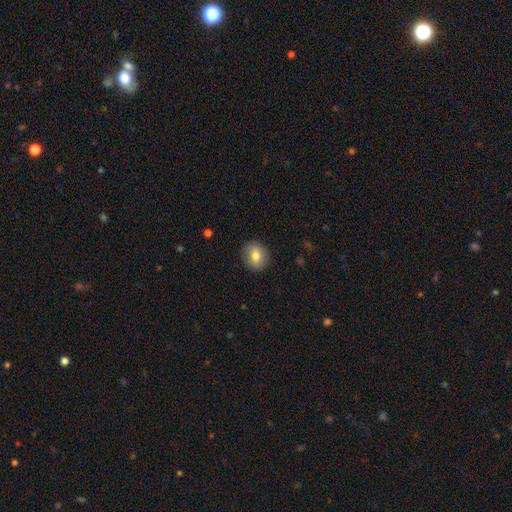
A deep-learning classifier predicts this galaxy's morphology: Smooth or featured?
  - smooth: 75% *
  - featured or disk: 16%
  - star or artifact: 8%
How rounded?
  - round: 70% *
  - in between: 28%
  - cigar-shaped: 1%
Merging?
  - none: 87% *
  - minor disturbance: 9%
  - major disturbance: 3%
  - merger: 1%